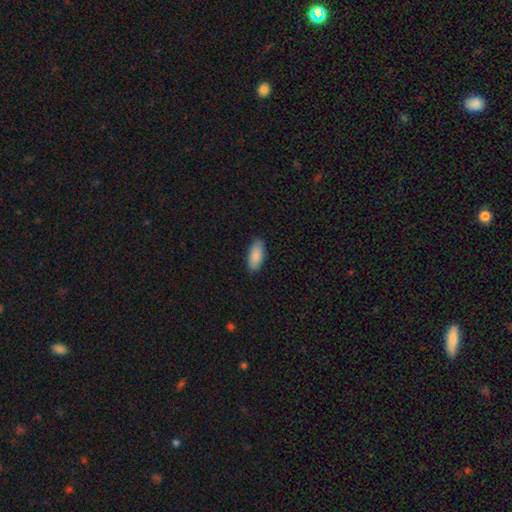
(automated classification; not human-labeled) smooth 89%, star or artifact 6%, featured or disk 6%. Down the decision tree: how rounded — in between (86%); merging — none (87%).